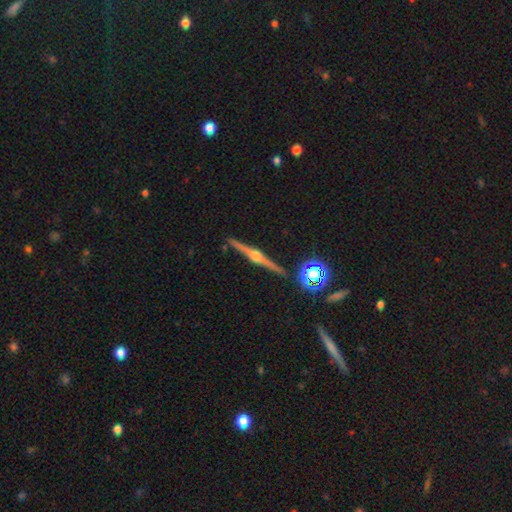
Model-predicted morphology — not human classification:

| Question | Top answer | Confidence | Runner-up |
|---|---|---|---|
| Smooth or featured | featured or disk | 87% | smooth (7%) |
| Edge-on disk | yes | 99% | no (1%) |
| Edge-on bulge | rounded | 94% | boxy (4%) |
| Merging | none | 92% | minor disturbance (5%) |